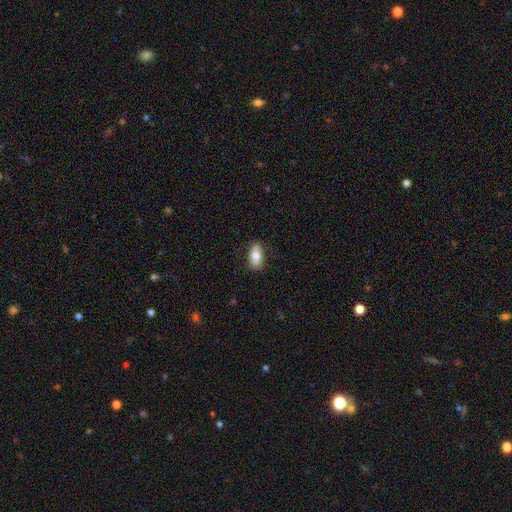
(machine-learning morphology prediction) A smooth galaxy with no disk features (75%) that is in between round and cigar-shaped (87%). Merging: none (84%).